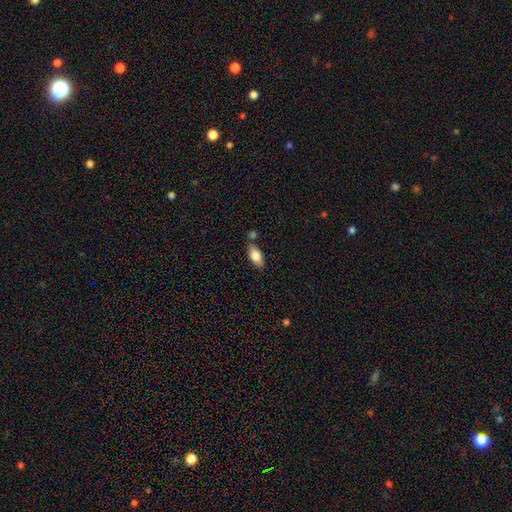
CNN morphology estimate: smooth_or_featured: smooth (p=0.80) [alt: featured or disk p=0.13]
how_rounded: in between (p=0.88) [alt: cigar-shaped p=0.10]
merging: none (p=0.72) [alt: minor disturbance p=0.14]